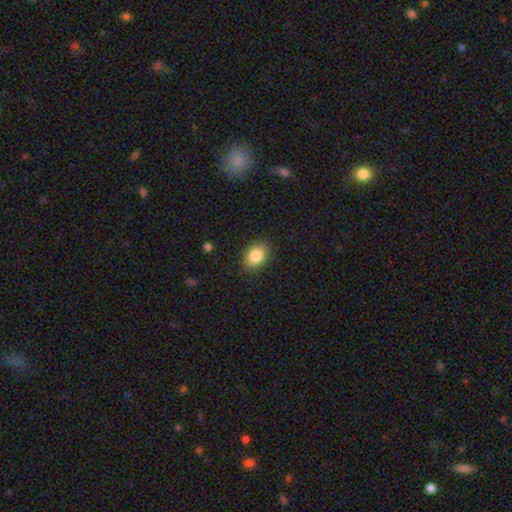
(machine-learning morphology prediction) smooth 85%, star or artifact 8%, featured or disk 7%. Down the decision tree: how rounded — in between (76%); merging — none (87%).